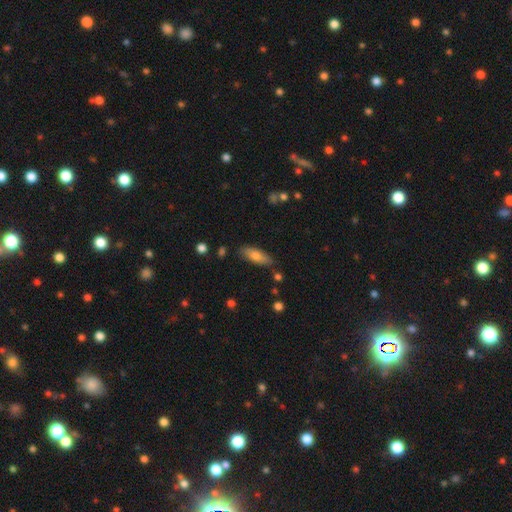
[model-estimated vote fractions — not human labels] smooth 77%, featured or disk 17%, star or artifact 6%. Down the decision tree: how rounded — in between (68%); merging — none (79%).